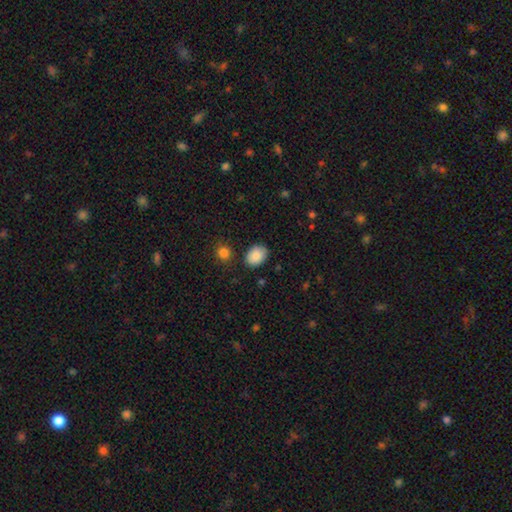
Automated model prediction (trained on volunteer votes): A smooth galaxy with no disk features (89%) that is in between round and cigar-shaped (66%). Merging: none (82%).